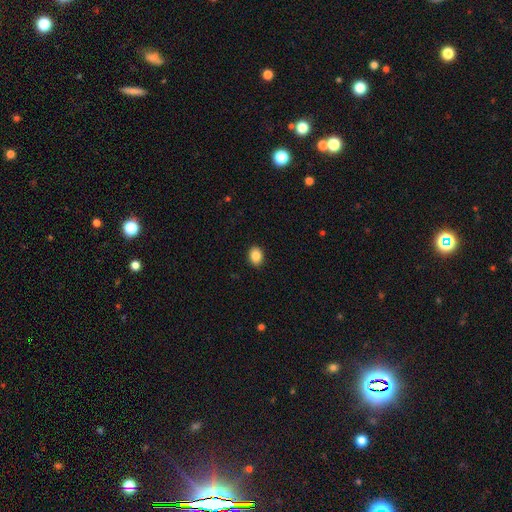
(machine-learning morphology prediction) smooth_or_featured: smooth (p=0.87) [alt: star or artifact p=0.08]
how_rounded: in between (p=0.57) [alt: round p=0.42]
merging: none (p=0.91) [alt: minor disturbance p=0.06]